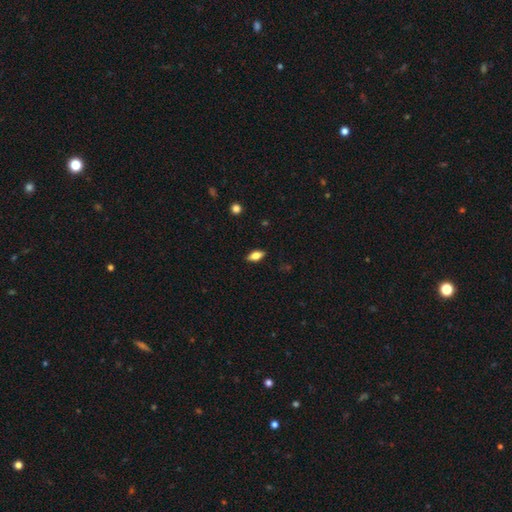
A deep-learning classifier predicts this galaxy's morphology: A smooth galaxy with no disk features (70%) that is in between round and cigar-shaped (85%).

Vote fractions:
- Smooth or featured? smooth: 70% / featured or disk: 22% / star or artifact: 8%
- How rounded? in between: 85% / cigar-shaped: 11% / round: 4%
- Merging? none: 88% / minor disturbance: 9% / major disturbance: 2% / merger: 1%